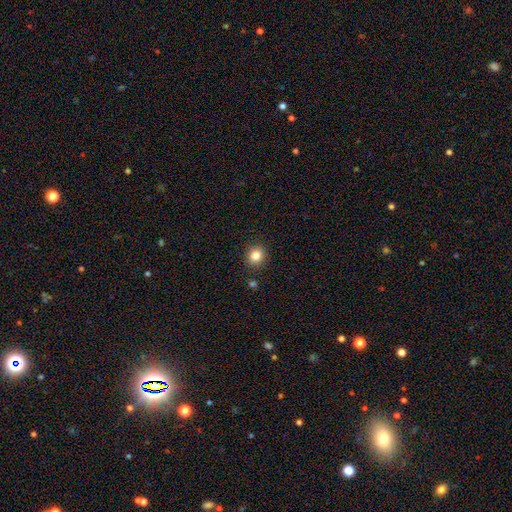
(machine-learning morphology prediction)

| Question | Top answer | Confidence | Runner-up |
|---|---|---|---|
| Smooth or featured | smooth | 83% | star or artifact (11%) |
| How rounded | round | 82% | in between (17%) |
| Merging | none | 89% | minor disturbance (7%) |